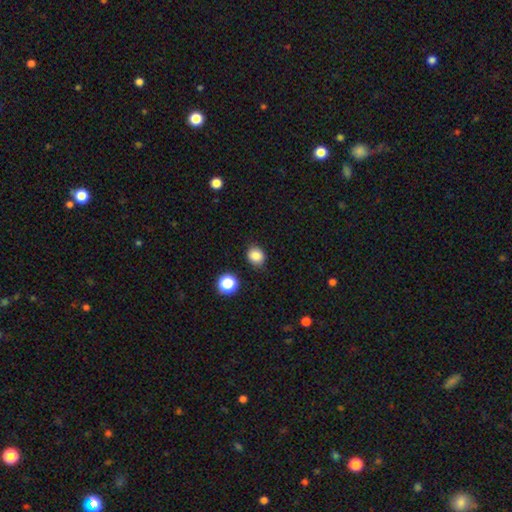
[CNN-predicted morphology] smooth 85%, star or artifact 11%, featured or disk 4%. Down the decision tree: how rounded — round (67%); merging — none (84%).